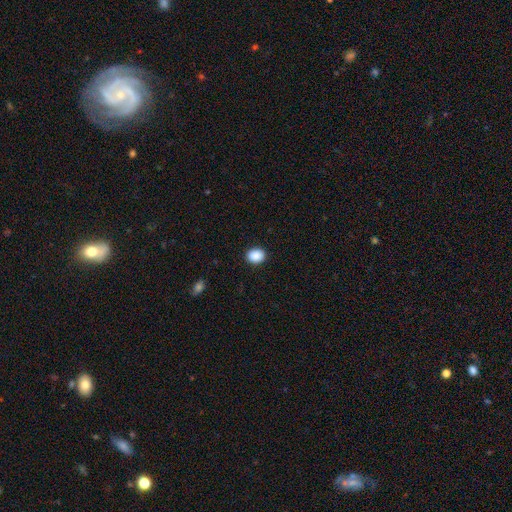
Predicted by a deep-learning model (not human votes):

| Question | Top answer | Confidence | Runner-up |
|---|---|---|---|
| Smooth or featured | smooth | 90% | star or artifact (8%) |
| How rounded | round | 55% | in between (44%) |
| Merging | none | 91% | minor disturbance (6%) |